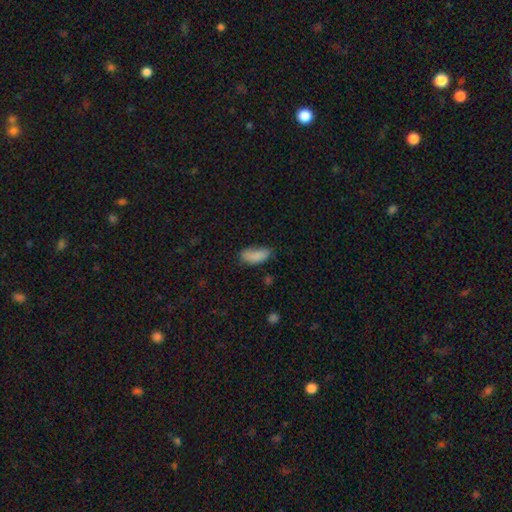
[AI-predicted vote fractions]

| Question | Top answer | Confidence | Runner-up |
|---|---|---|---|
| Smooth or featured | smooth | 85% | star or artifact (8%) |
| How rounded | in between | 86% | cigar-shaped (12%) |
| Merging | none | 58% | minor disturbance (30%) |